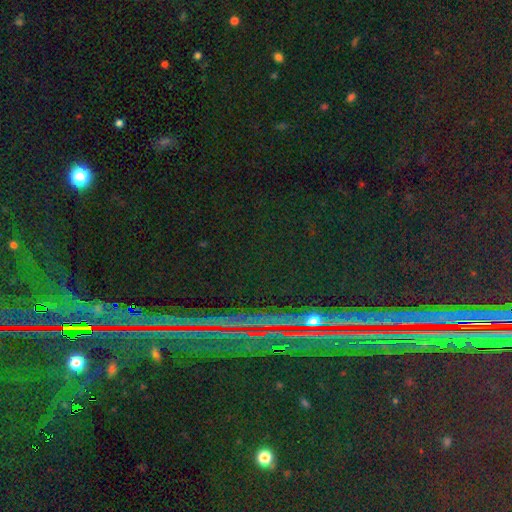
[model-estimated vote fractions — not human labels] Smooth or featured? Predicted: star or artifact (p=0.86).